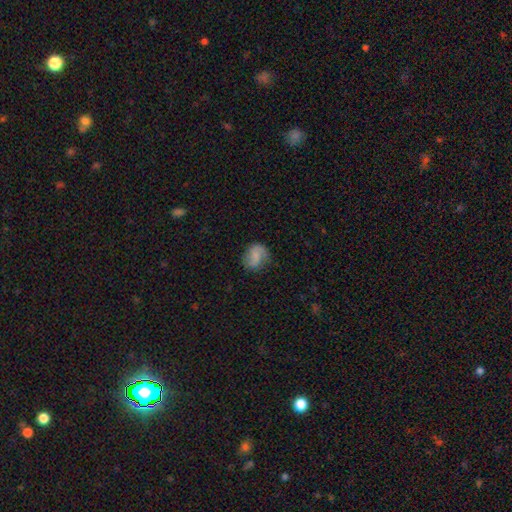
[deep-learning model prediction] Morphology: type=smooth (60%); roundness=round (57%); merging=none (67%).